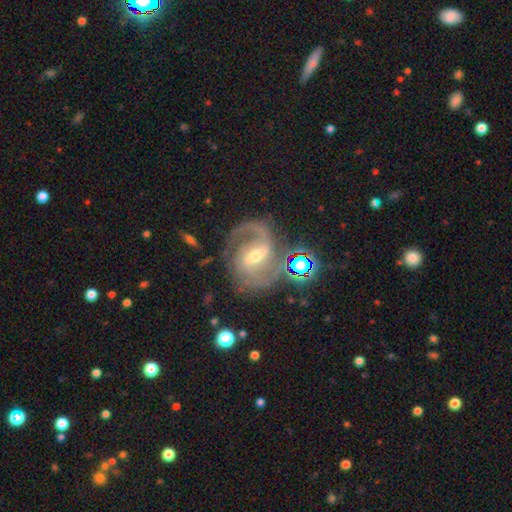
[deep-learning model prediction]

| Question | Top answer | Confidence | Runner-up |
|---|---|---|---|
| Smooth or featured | featured or disk | 88% | star or artifact (7%) |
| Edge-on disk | no | 97% | yes (3%) |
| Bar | strong | 48% | weak (42%) |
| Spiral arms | yes | 97% | no (3%) |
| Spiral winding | medium | 58% | tight (21%) |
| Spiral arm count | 2 | 85% | 3 (5%) |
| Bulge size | small | 48% | moderate (46%) |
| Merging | none | 65% | minor disturbance (16%) |